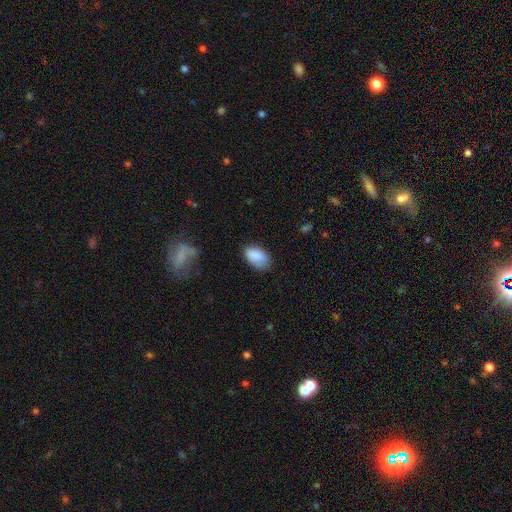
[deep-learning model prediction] This is clearly a smooth galaxy (86%). How rounded: clearly in between (93%). Merging: likely none (68%).